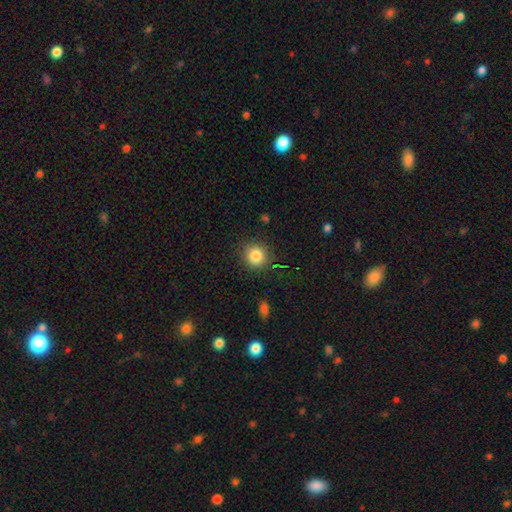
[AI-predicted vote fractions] Morphology: type=smooth (84%); roundness=round (90%); merging=none (88%).